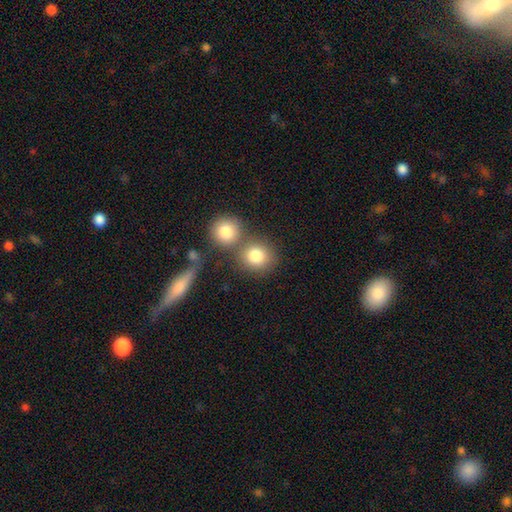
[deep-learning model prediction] smooth-or-featured: smooth: 82% | star or artifact: 10% | featured or disk: 8%
  how-rounded: round: 84% | in between: 15% | cigar-shaped: 1%
  merging: none: 58% | merger: 30% | minor disturbance: 9% | major disturbance: 4%